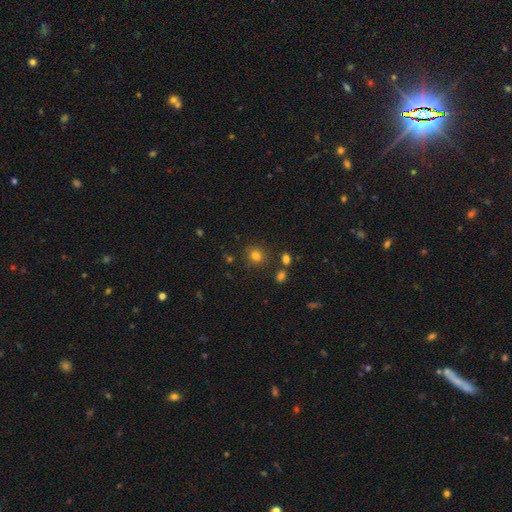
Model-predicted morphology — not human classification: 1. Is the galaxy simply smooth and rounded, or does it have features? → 79% smooth, 15% star or artifact, 6% featured or disk.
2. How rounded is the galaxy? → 76% round, 23% in between, 1% cigar-shaped.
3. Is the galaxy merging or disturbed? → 80% none, 11% minor disturbance, 6% merger, 3% major disturbance.